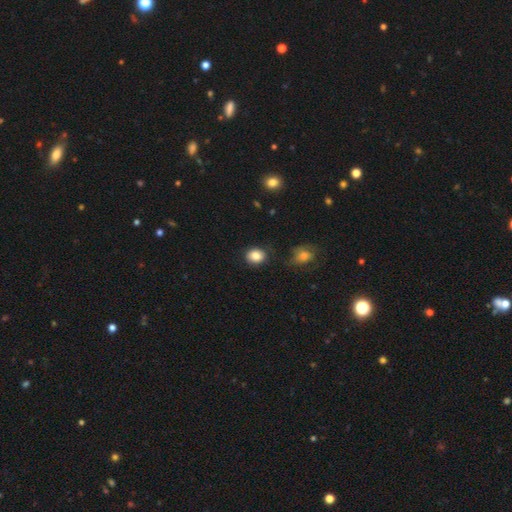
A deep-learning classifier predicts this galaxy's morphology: Overall: smooth (85%). How rounded: round (58%; in between 41%). Merging: none (82%).